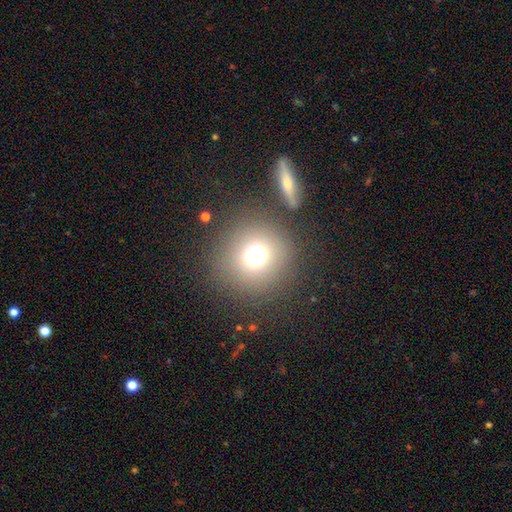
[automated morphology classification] Overall: smooth (72%). How rounded: round (94%). Merging: none (80%).